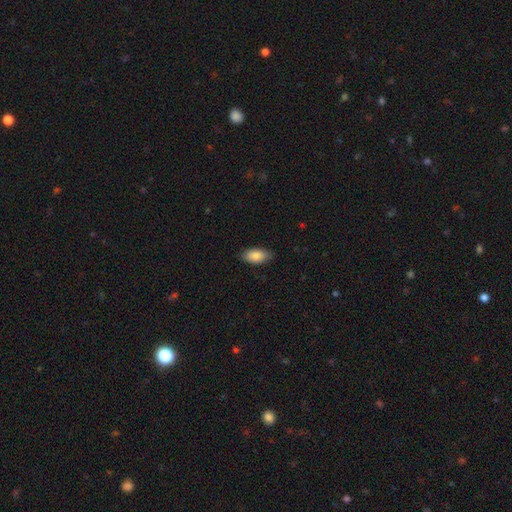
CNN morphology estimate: This is clearly a smooth galaxy (86%). How rounded: clearly in between (93%). Merging: clearly none (86%).